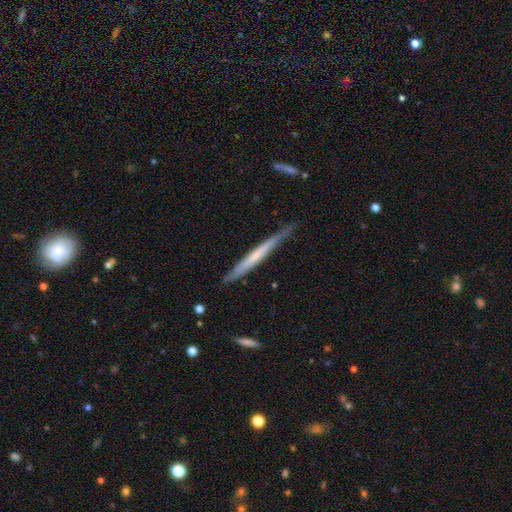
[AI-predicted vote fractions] Smooth or featured? Predicted: featured or disk (p=0.53). Edge-on disk? Predicted: yes (p=0.95). Merging? Predicted: none (p=0.76).